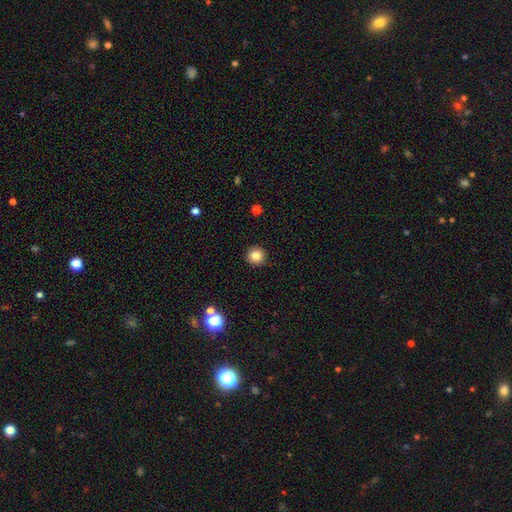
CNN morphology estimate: Smooth or featured? Predicted: smooth (p=0.83). How rounded? Predicted: round (p=0.95). Merging? Predicted: none (p=0.91).